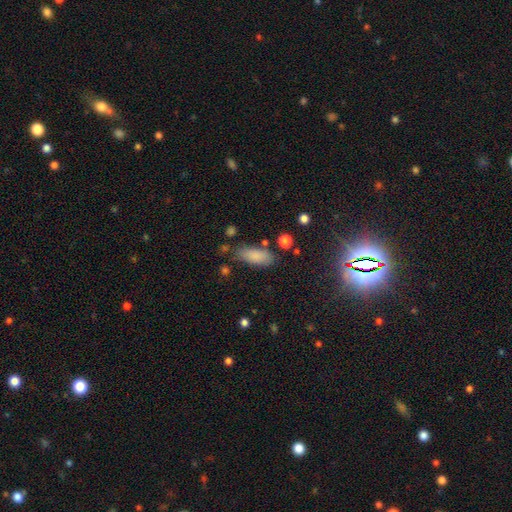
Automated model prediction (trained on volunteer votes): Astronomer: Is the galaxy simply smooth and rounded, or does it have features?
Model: smooth — 84%.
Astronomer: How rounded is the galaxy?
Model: in between — 76%.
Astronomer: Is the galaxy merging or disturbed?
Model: none — 73%.